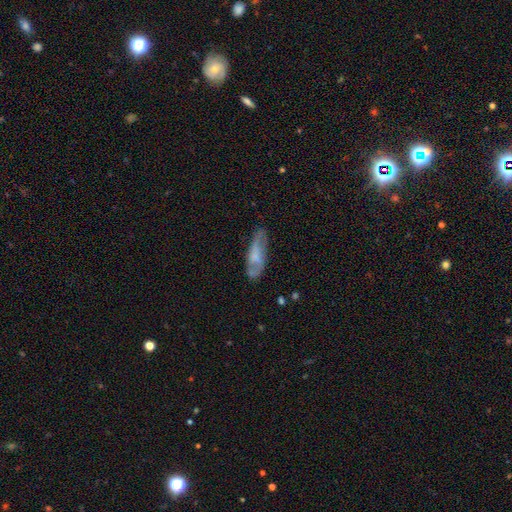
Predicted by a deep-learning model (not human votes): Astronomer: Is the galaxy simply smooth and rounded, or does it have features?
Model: smooth — 49% (runner-up: featured or disk, 44%).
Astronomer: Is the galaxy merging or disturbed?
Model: none — 65%.